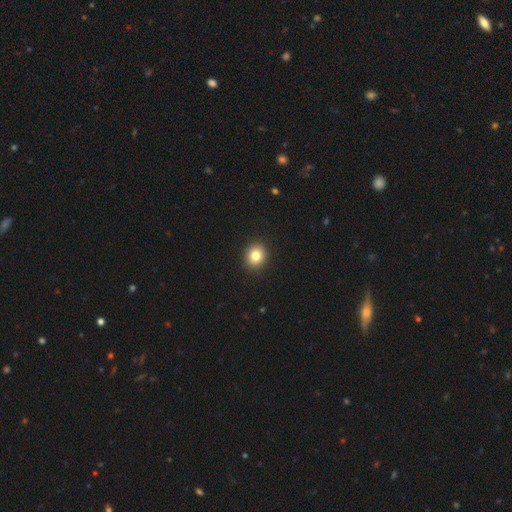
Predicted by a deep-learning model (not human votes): smooth 82%, star or artifact 10%, featured or disk 7%. Down the decision tree: how rounded — round (70%); merging — none (92%).